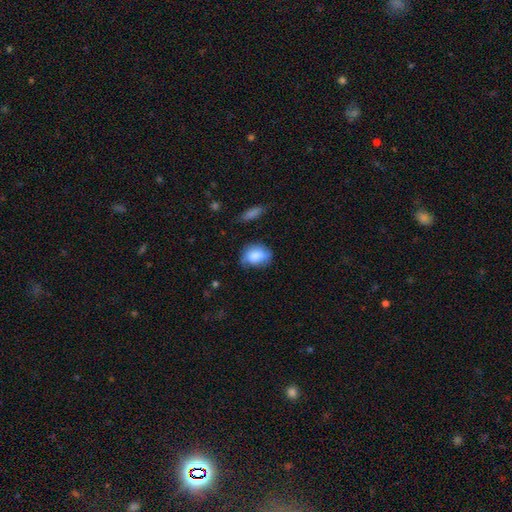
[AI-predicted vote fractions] Morphology: type=smooth (77%); roundness=in between (75%); merging=none (53%).